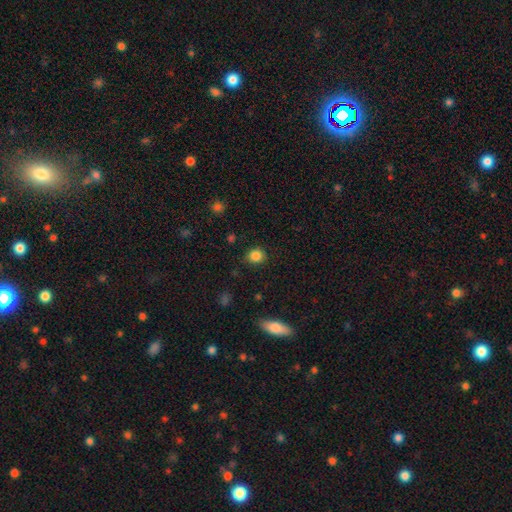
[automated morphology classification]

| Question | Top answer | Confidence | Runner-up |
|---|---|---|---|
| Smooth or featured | smooth | 85% | star or artifact (11%) |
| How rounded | round | 79% | in between (20%) |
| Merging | none | 85% | minor disturbance (10%) |